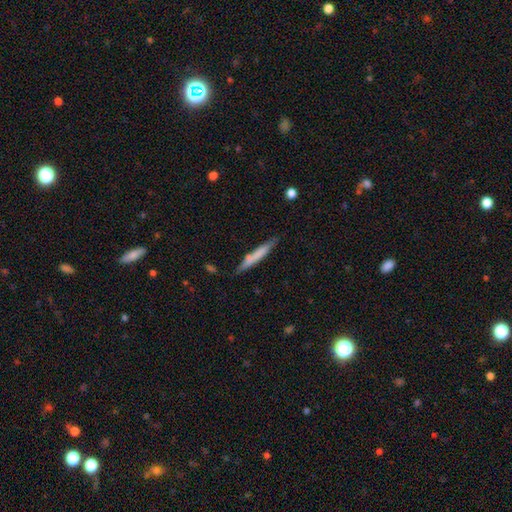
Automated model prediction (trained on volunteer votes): This appears to be a smooth galaxy with no disk features (66%) that is cigar-shaped (94%). Merging: none (79%).